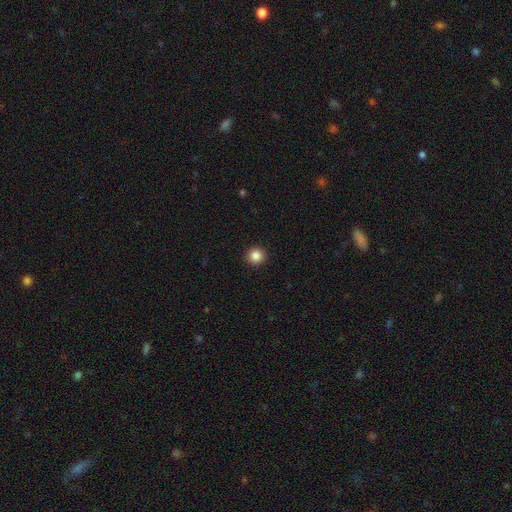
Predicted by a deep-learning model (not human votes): Morphology: type=smooth (86%); roundness=round (95%); merging=none (93%).